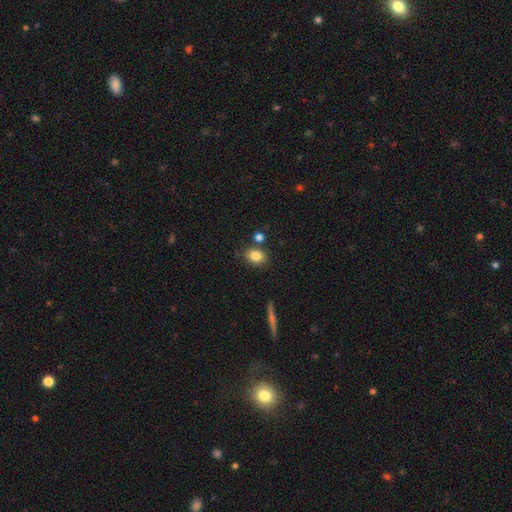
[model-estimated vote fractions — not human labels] The model was most divided on "how rounded": in between: 58%, round: 40%, cigar-shaped: 2%. More confident: smooth or featured — smooth (82%); merging — none (76%).